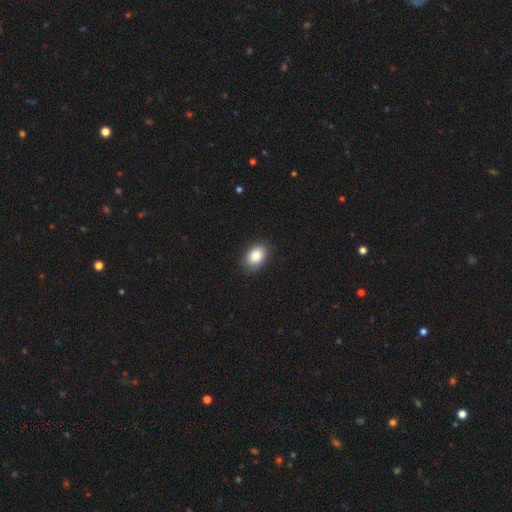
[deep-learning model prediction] Q: Smooth or featured?
A: smooth (83%); runner-up: featured or disk (9%)
Q: How rounded?
A: in between (84%); runner-up: round (15%)
Q: Merging?
A: none (84%); runner-up: minor disturbance (13%)